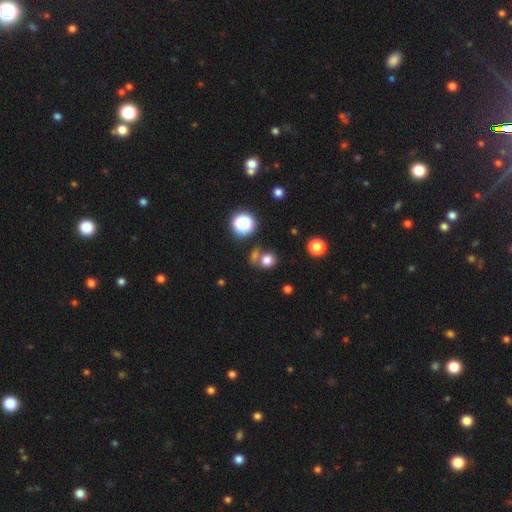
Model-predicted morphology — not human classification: Smooth or featured?
  - smooth: 68% *
  - star or artifact: 24%
  - featured or disk: 8%
How rounded?
  - round: 81% *
  - in between: 18%
  - cigar-shaped: 1%
Merging?
  - none: 62% *
  - merger: 24%
  - minor disturbance: 9%
  - major disturbance: 5%